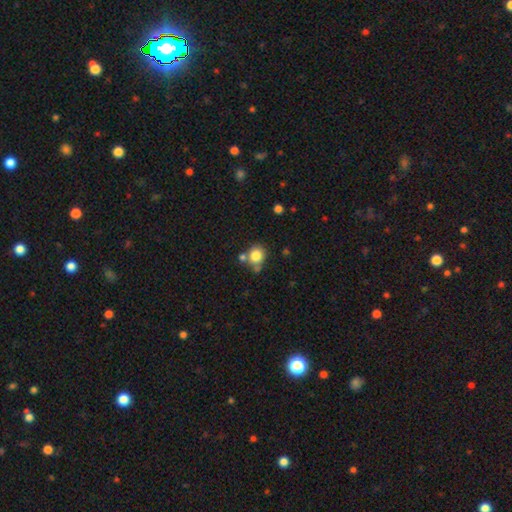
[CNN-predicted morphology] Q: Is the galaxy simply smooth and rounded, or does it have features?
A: smooth — 81%.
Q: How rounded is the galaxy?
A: round — 79%.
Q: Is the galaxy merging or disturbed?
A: none — 61%.